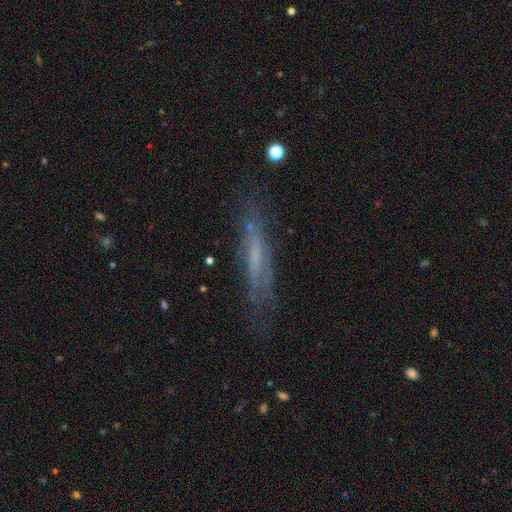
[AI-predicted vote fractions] Smooth or featured? Predicted: featured or disk (p=0.55). Edge-on disk? Predicted: yes (p=0.67). Merging? Predicted: none (p=0.72).